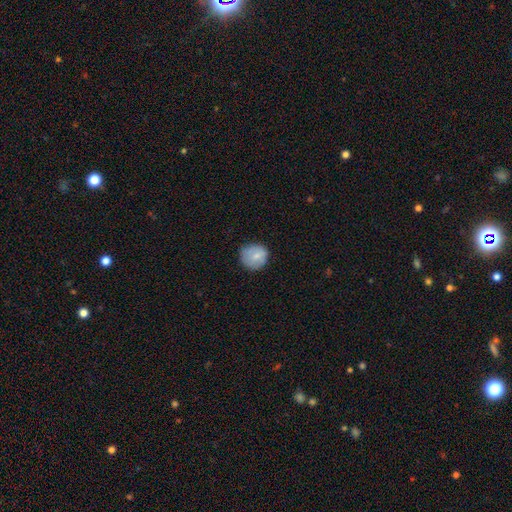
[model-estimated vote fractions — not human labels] Q: Smooth or featured?
A: smooth (79%); runner-up: featured or disk (14%)
Q: How rounded?
A: round (87%); runner-up: in between (12%)
Q: Merging?
A: none (77%); runner-up: minor disturbance (18%)